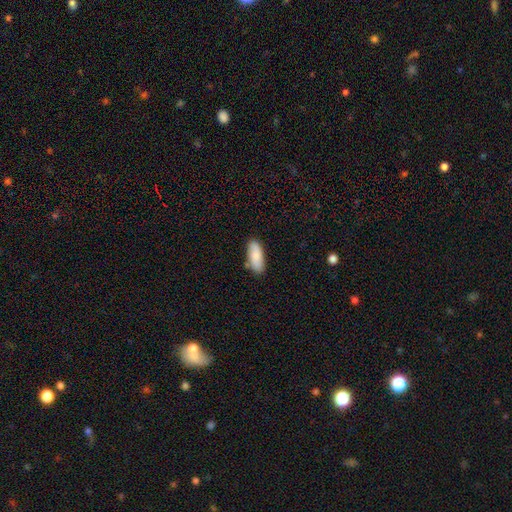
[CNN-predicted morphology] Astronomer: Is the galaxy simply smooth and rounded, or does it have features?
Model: smooth — 86%.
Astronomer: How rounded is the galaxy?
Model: in between — 76%.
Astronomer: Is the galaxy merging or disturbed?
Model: none — 82%.